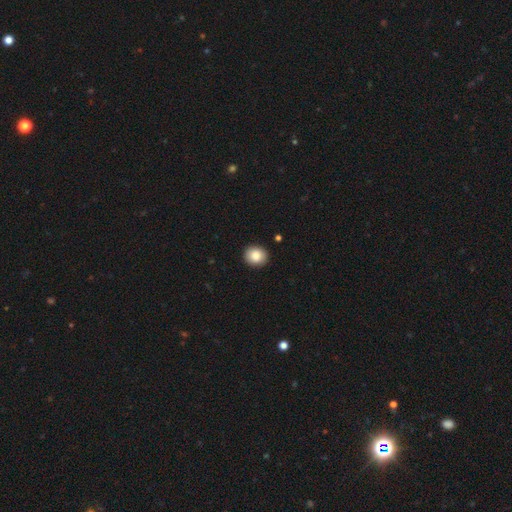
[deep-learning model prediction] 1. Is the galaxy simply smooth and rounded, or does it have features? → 86% smooth, 8% star or artifact, 5% featured or disk.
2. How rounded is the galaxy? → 78% round, 21% in between, 1% cigar-shaped.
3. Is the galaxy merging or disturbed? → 91% none, 7% minor disturbance, 2% major disturbance, 1% merger.